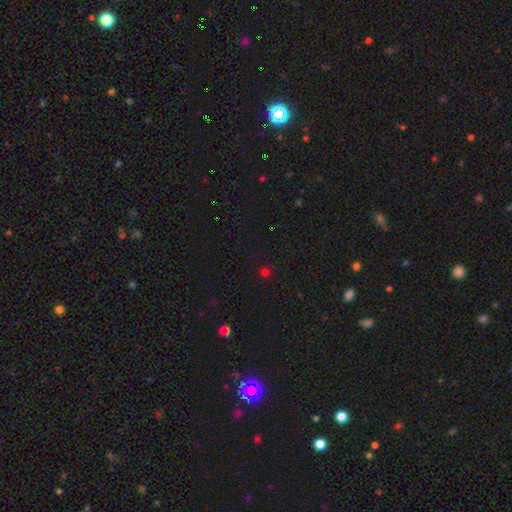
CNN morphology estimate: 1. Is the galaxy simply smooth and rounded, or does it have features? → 52% smooth, 42% star or artifact, 5% featured or disk.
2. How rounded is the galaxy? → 91% round, 8% in between, 1% cigar-shaped.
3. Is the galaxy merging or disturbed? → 88% none, 7% minor disturbance, 3% major disturbance, 2% merger.